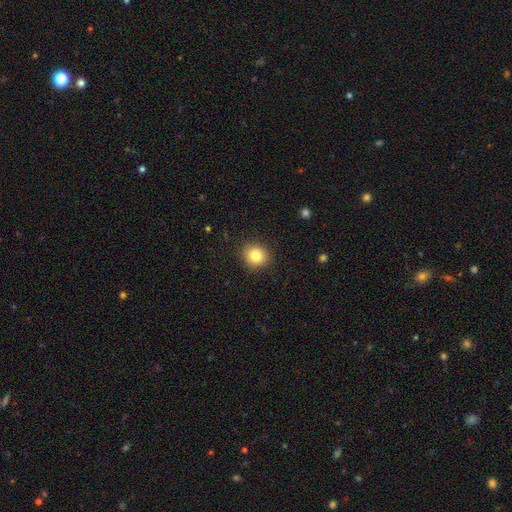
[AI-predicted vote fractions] Smooth or featured?
  - smooth: 83% *
  - star or artifact: 10%
  - featured or disk: 7%
How rounded?
  - round: 85% *
  - in between: 14%
  - cigar-shaped: 1%
Merging?
  - none: 90% *
  - minor disturbance: 7%
  - major disturbance: 2%
  - merger: 1%